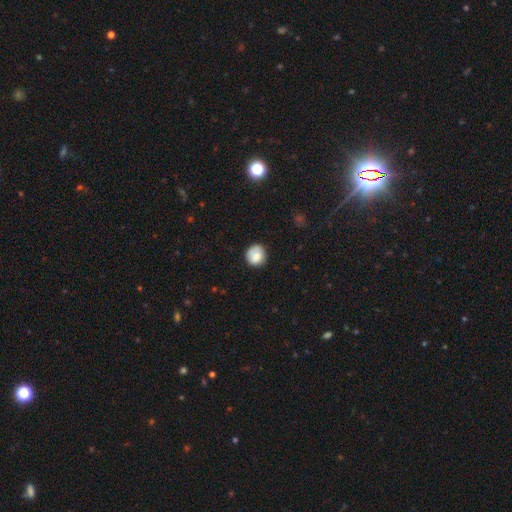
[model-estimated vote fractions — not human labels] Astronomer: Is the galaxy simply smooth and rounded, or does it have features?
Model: smooth — 82%.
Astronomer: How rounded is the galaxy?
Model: round — 84%.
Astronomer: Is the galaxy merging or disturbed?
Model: none — 75%.